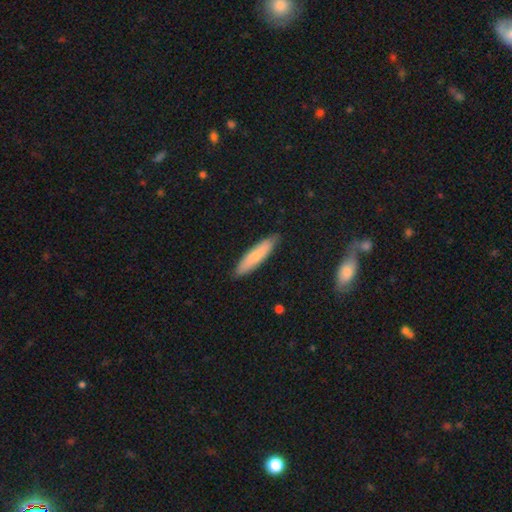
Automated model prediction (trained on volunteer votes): The model was most divided on "smooth or featured": smooth: 77%, featured or disk: 17%, star or artifact: 6%. More confident: merging — none (88%); how rounded — cigar-shaped (79%).